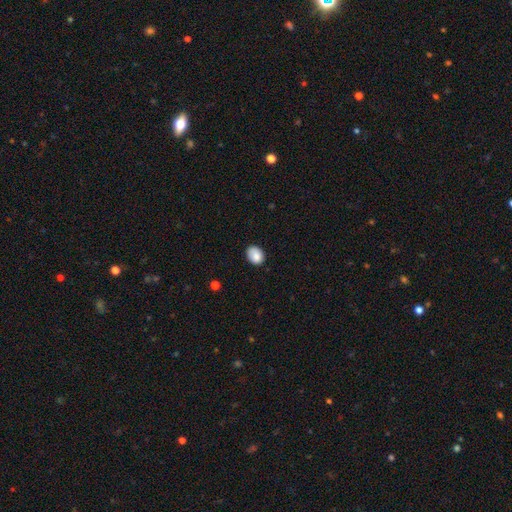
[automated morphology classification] Smooth or featured? Predicted: smooth (p=0.85). How rounded? Predicted: in between (p=0.59). Merging? Predicted: none (p=0.74).